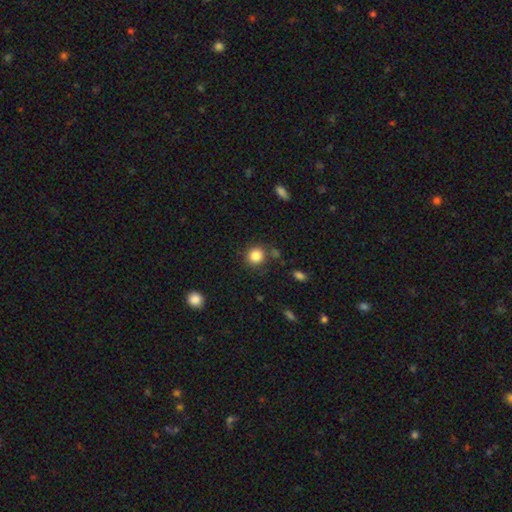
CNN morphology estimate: A smooth galaxy with no disk features (85%) that is round (88%).

Vote fractions:
- Smooth or featured? smooth: 85% / star or artifact: 10% / featured or disk: 5%
- How rounded? round: 88% / in between: 11% / cigar-shaped: 1%
- Merging? none: 83% / minor disturbance: 10% / merger: 4% / major disturbance: 3%